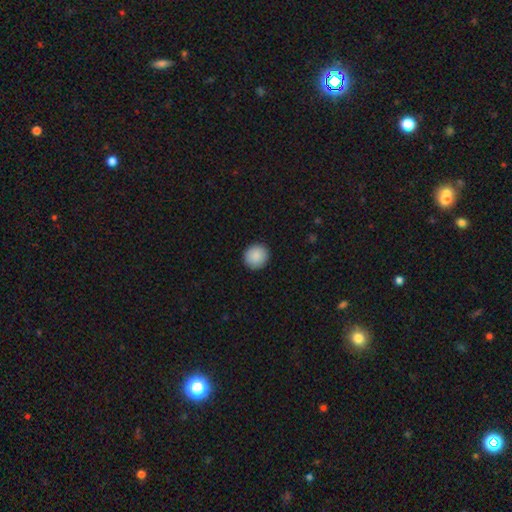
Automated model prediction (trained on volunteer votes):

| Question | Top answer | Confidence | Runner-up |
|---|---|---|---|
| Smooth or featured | smooth | 90% | star or artifact (7%) |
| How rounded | round | 92% | in between (7%) |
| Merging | none | 92% | minor disturbance (5%) |